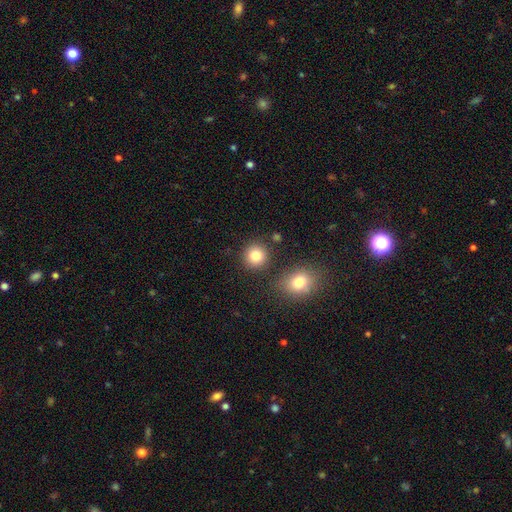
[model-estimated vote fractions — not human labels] The model was most divided on "smooth or featured": smooth: 83%, star or artifact: 11%, featured or disk: 6%. More confident: how rounded — round (91%); merging — none (85%).